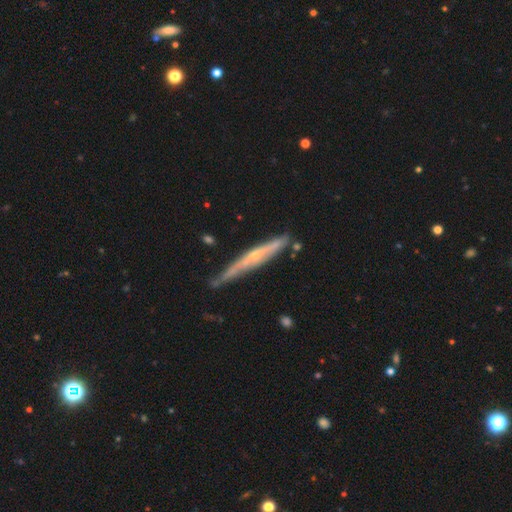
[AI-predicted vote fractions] Smooth or featured? Predicted: featured or disk (p=0.71). Edge-on disk? Predicted: yes (p=0.92). Edge-on bulge? Predicted: rounded (p=0.61). Merging? Predicted: none (p=0.68).